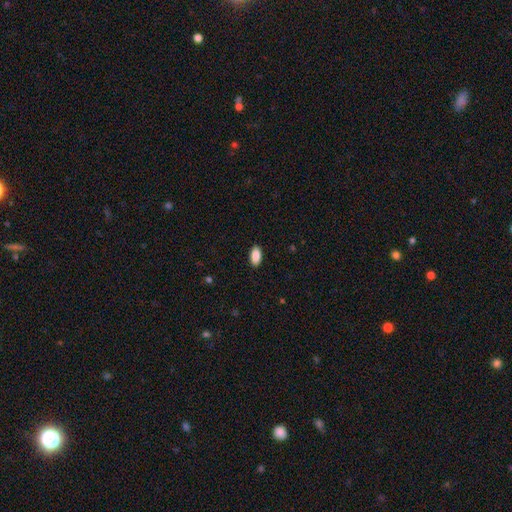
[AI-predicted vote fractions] This appears to be a smooth galaxy with no disk features (90%) that is in between round and cigar-shaped (94%). Merging: none (89%).